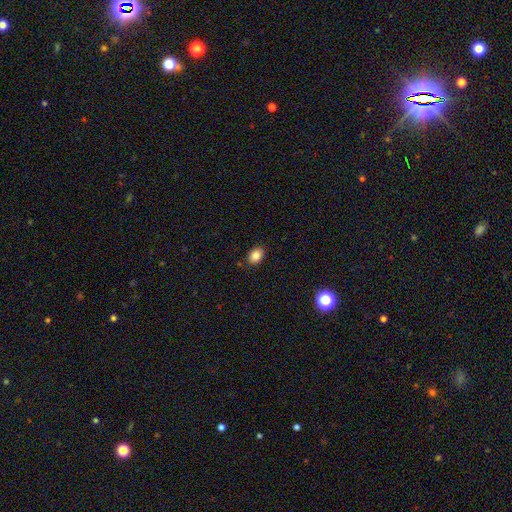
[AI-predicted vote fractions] smooth_or_featured: smooth (p=0.84) [alt: star or artifact p=0.10]
how_rounded: in between (p=0.73) [alt: round p=0.26]
merging: none (p=0.86) [alt: minor disturbance p=0.10]